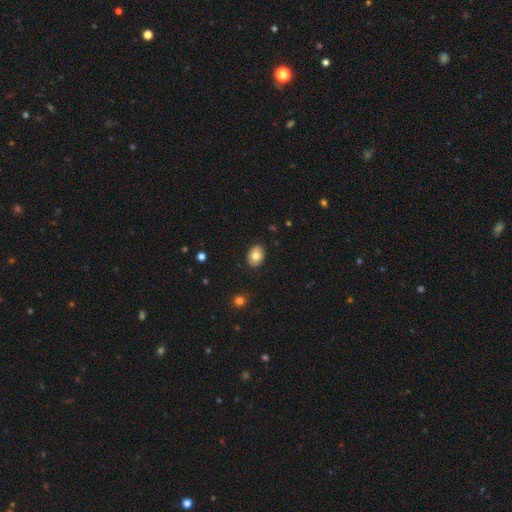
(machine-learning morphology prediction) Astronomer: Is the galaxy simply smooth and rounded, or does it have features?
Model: smooth — 76%.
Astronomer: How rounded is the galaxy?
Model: in between — 71%.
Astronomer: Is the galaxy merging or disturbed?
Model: none — 87%.